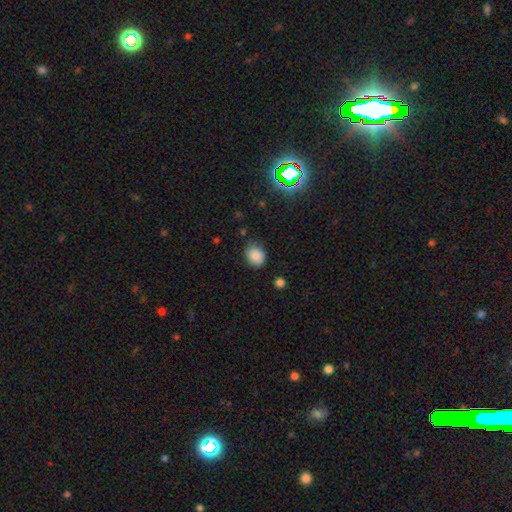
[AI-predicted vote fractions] Smooth or featured?
  - smooth: 84% *
  - star or artifact: 11%
  - featured or disk: 5%
How rounded?
  - round: 51% *
  - in between: 49%
  - cigar-shaped: 1%
Merging?
  - none: 76% *
  - minor disturbance: 19%
  - major disturbance: 4%
  - merger: 2%